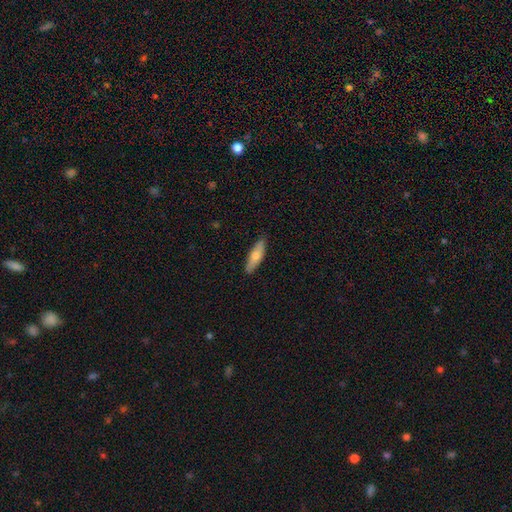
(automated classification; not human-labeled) The model was most divided on "how rounded": cigar-shaped: 57%, in between: 40%, round: 2%. More confident: merging — none (87%); smooth or featured — smooth (64%).